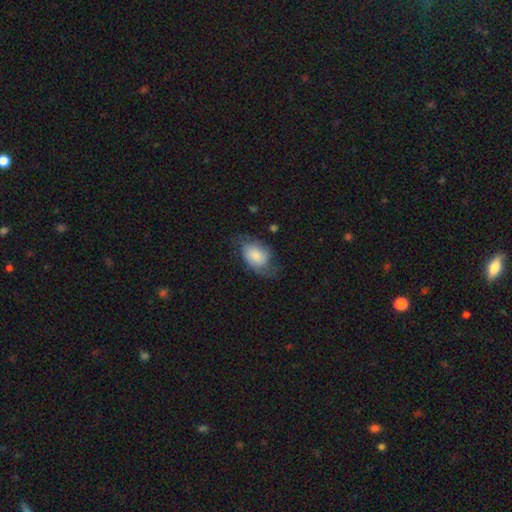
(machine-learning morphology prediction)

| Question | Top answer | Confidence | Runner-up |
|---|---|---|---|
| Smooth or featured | smooth | 51% | featured or disk (42%) |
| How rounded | in between | 81% | round (18%) |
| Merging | none | 53% | minor disturbance (28%) |